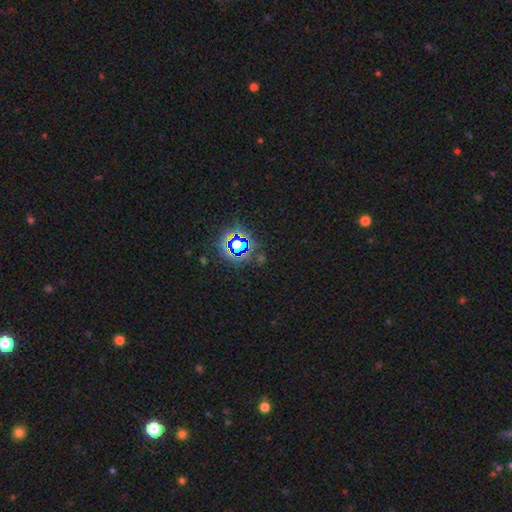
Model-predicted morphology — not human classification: Overall: star or artifact (80%).